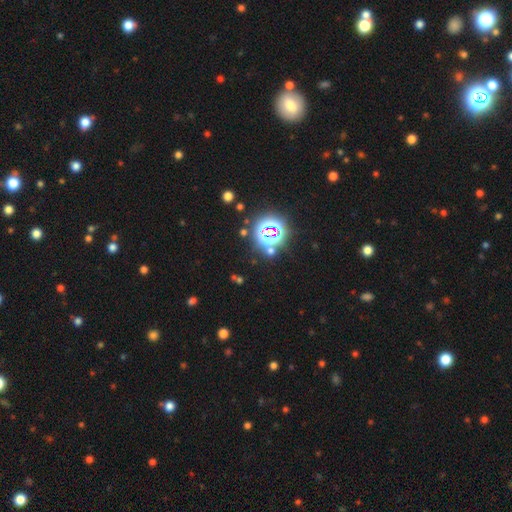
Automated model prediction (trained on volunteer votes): A star or artifact, not a galaxy (83%).